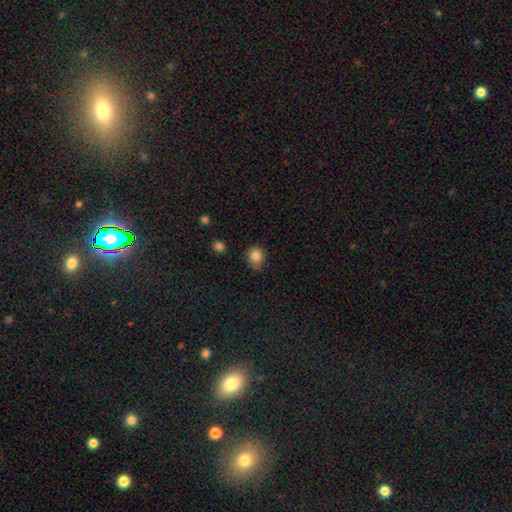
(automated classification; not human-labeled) A smooth galaxy with no disk features (83%) that is round (77%).

Vote fractions:
- Smooth or featured? smooth: 83% / star or artifact: 11% / featured or disk: 6%
- How rounded? round: 77% / in between: 22% / cigar-shaped: 1%
- Merging? none: 69% / minor disturbance: 24% / major disturbance: 4% / merger: 2%